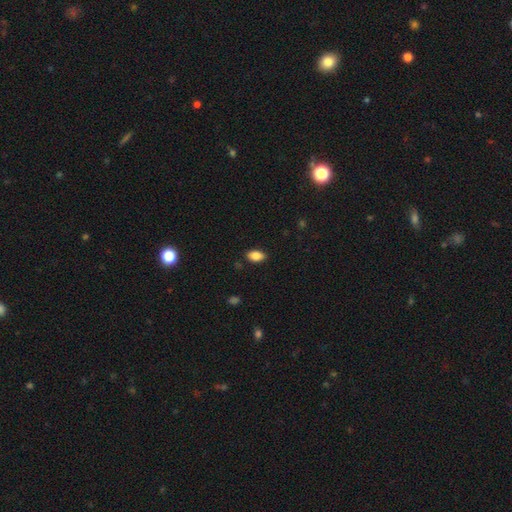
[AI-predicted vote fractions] smooth 85%, star or artifact 8%, featured or disk 7%. Down the decision tree: how rounded — in between (91%); merging — none (86%).